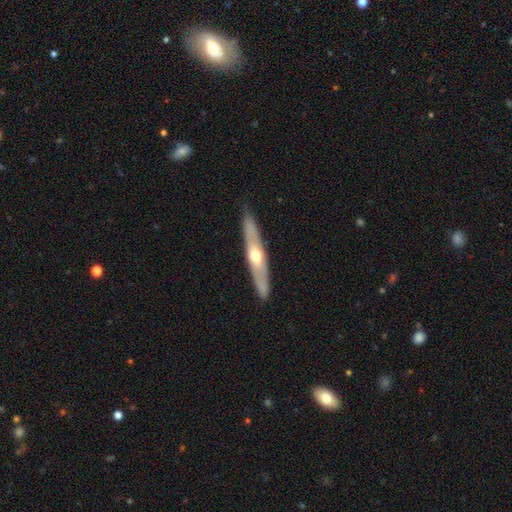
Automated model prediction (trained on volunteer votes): Morphology: type=featured or disk (61%); edge-on=yes (76%); merging=none (85%).